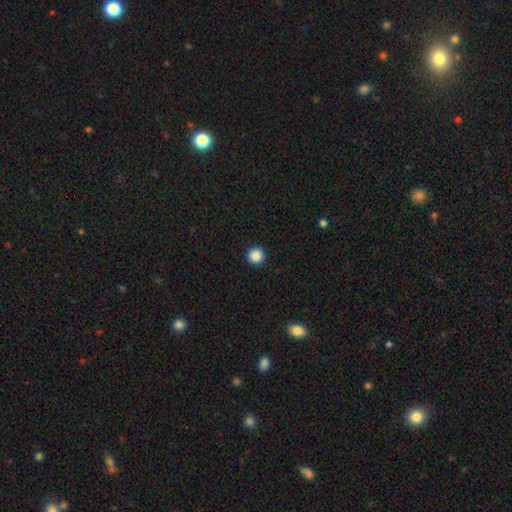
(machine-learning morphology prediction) Overall: smooth (88%). How rounded: round (96%). Merging: none (93%).